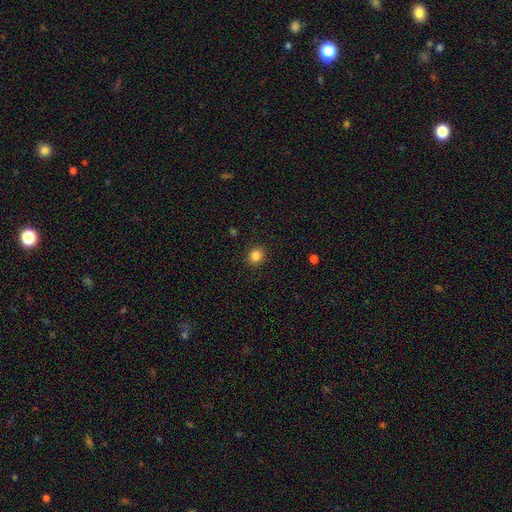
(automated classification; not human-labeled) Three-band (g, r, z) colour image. It shows a smooth galaxy with no disk features (84%) that is round (83%). Merging: none (91%).